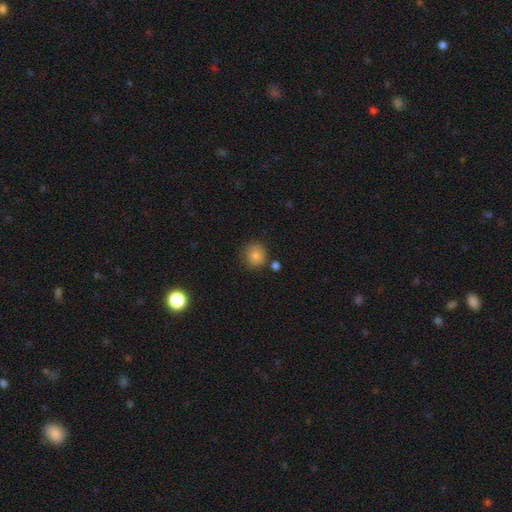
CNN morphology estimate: Smooth or featured?
  - smooth: 83% *
  - star or artifact: 10%
  - featured or disk: 7%
How rounded?
  - round: 88% *
  - in between: 11%
  - cigar-shaped: 1%
Merging?
  - none: 78% *
  - minor disturbance: 13%
  - merger: 7%
  - major disturbance: 3%